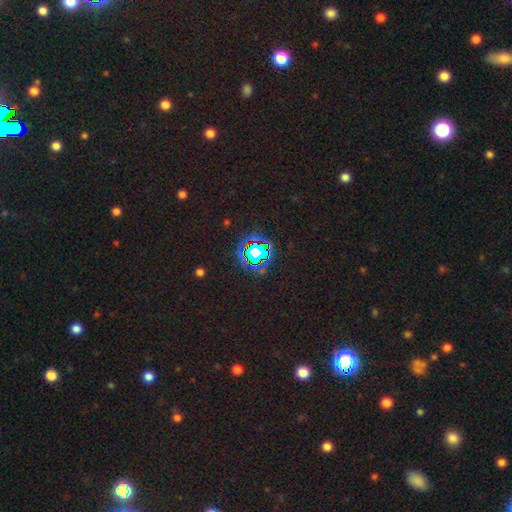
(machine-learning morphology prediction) A star or artifact, not a galaxy (77%).

Vote fractions:
- Smooth or featured? star or artifact: 77% / smooth: 14% / featured or disk: 9%